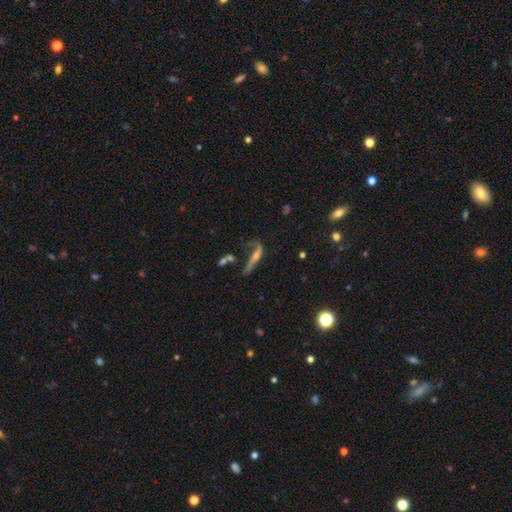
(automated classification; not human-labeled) smooth_or_featured: featured or disk (p=0.56) [alt: smooth p=0.28]
disk_edge_on: yes (p=0.60) [alt: no p=0.40]
merging: none (p=0.34) [alt: major disturbance p=0.31]